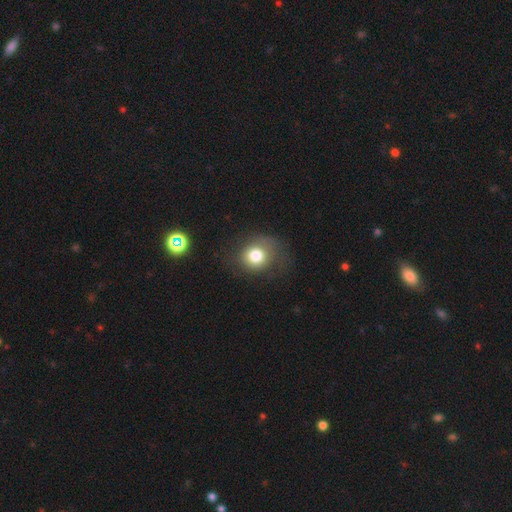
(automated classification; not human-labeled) A smooth galaxy with no disk features (76%) that is round (73%). Merging: none (63%).